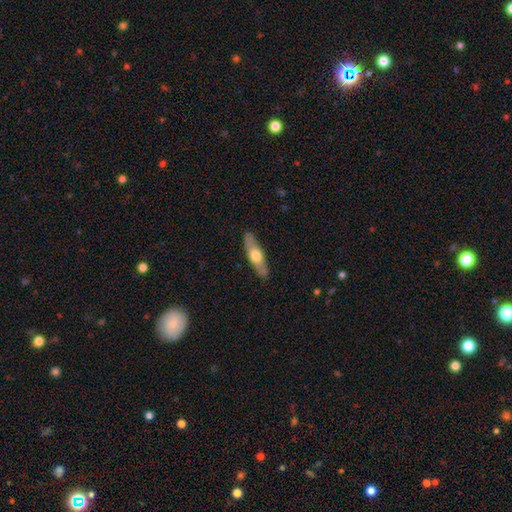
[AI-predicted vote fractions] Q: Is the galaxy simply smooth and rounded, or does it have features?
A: smooth — 51%.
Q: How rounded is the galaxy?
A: cigar-shaped — 59%.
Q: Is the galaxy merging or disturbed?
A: none — 87%.